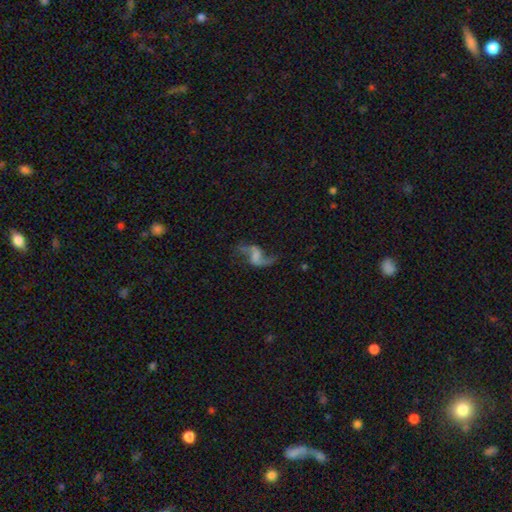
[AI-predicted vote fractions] Smooth or featured?
  - featured or disk: 83% *
  - smooth: 9%
  - star or artifact: 8%
Edge-on disk?
  - no: 97% *
  - yes: 3%
Bar?
  - weak: 45% *
  - no: 34%
  - strong: 21%
Spiral arms?
  - yes: 94% *
  - no: 6%
Spiral winding?
  - loose: 86% *
  - medium: 12%
  - tight: 2%
Spiral arm count?
  - 2: 92% *
  - 1: 4%
  - can't tell: 2%
  - 3: 1%
  - 4: 1%
  - more than 4: 1%
Bulge size?
  - none: 53% *
  - small: 25%
  - moderate: 15%
  - large: 6%
  - dominant: 2%
Merging?
  - none: 70% *
  - minor disturbance: 14%
  - major disturbance: 13%
  - merger: 3%